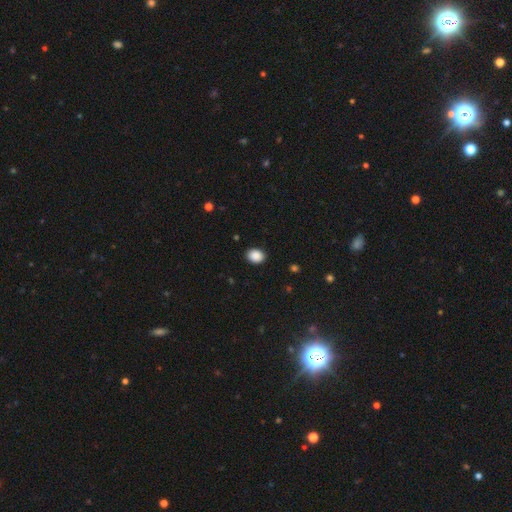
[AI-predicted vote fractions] This is clearly a smooth galaxy (89%). How rounded: possibly in between (56%). Merging: clearly none (89%).